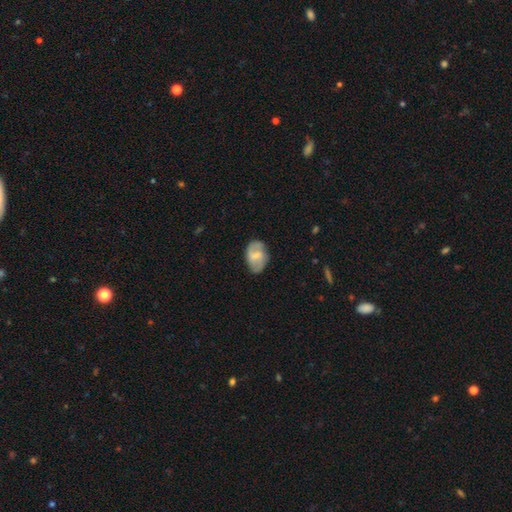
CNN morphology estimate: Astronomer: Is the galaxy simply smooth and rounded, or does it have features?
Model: featured or disk — 58% (runner-up: smooth, 36%).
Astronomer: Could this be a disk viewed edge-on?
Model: no — 97%.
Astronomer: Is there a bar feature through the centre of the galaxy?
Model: weak — 56%.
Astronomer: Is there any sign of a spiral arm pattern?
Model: yes — 82%.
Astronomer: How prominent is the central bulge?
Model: small — 46% (runner-up: moderate, 36%).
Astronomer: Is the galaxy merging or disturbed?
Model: none — 72%.